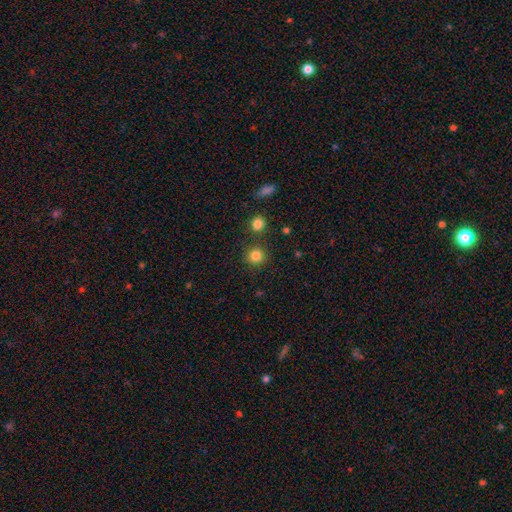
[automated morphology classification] This is clearly a smooth galaxy (83%). How rounded: clearly round (92%). Merging: clearly none (85%).